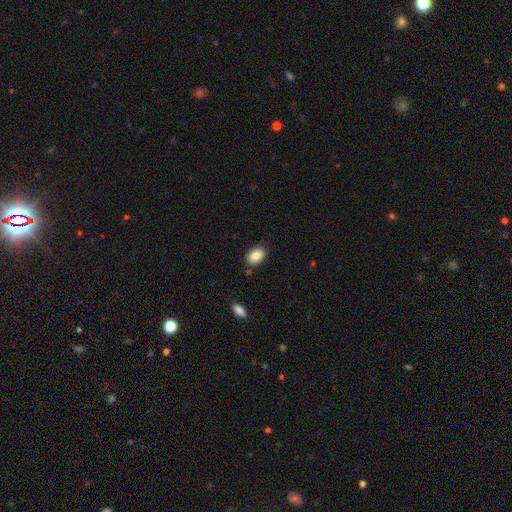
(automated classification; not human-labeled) A smooth galaxy with no disk features (87%) that is in between round and cigar-shaped (87%).

Vote fractions:
- Smooth or featured? smooth: 87% / star or artifact: 7% / featured or disk: 6%
- How rounded? in between: 87% / round: 12% / cigar-shaped: 1%
- Merging? none: 84% / minor disturbance: 11% / merger: 3% / major disturbance: 2%